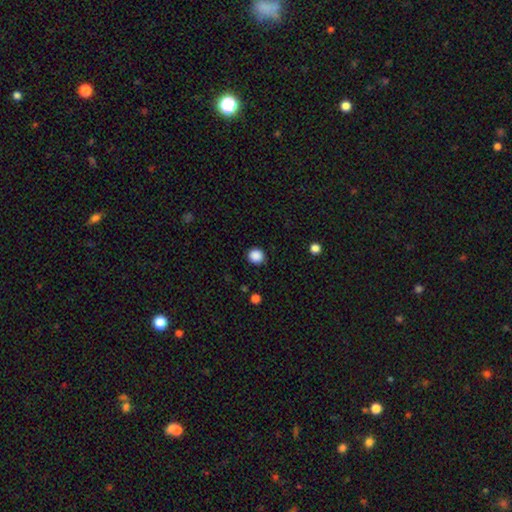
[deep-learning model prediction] Smooth or featured? smooth (88%)
How rounded? round (89%)
Merging? none (90%)